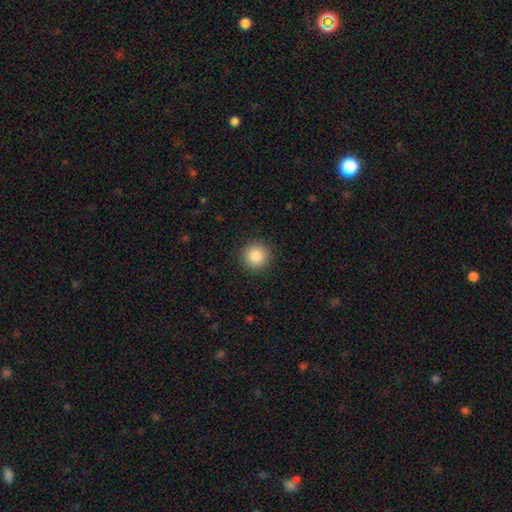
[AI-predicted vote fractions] Morphology: type=smooth (86%); roundness=round (95%); merging=none (92%).